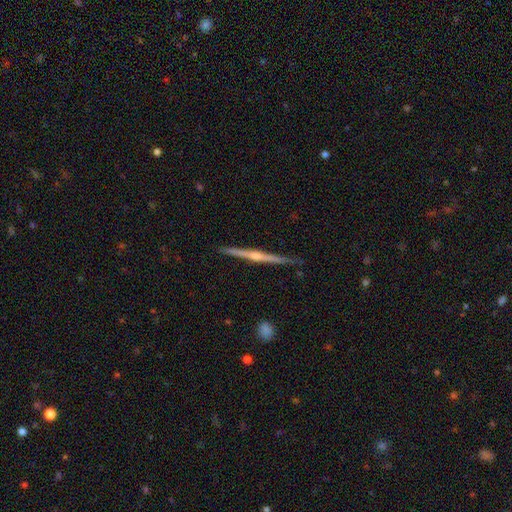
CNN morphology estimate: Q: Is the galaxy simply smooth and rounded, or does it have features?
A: featured or disk — 80%.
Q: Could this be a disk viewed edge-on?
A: yes — 98%.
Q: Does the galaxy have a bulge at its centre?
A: rounded — 75%.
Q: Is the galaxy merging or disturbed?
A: none — 89%.